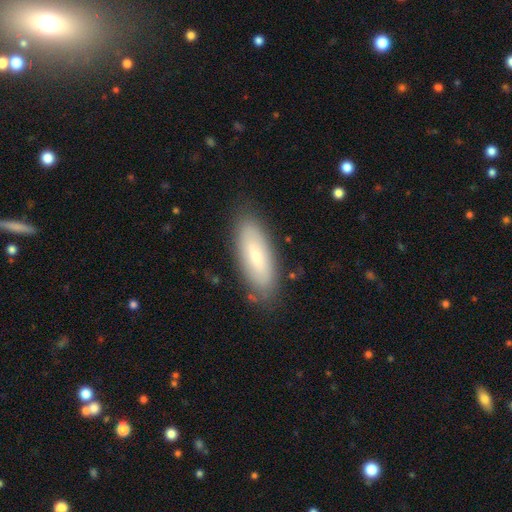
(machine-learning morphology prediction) type=smooth (69%); roundness=in between (65%); merging=none (83%).